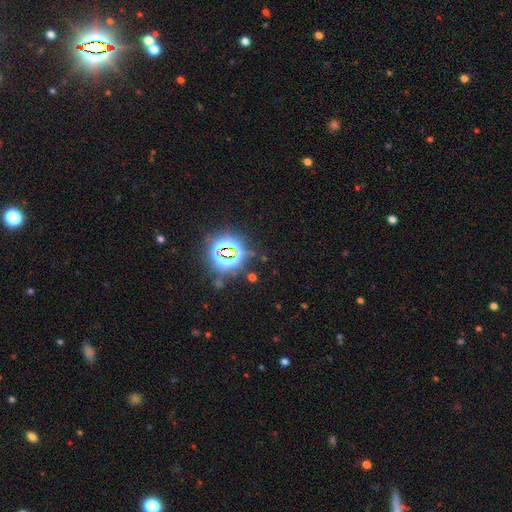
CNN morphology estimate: Smooth or featured?
  - star or artifact: 82% *
  - smooth: 11%
  - featured or disk: 7%